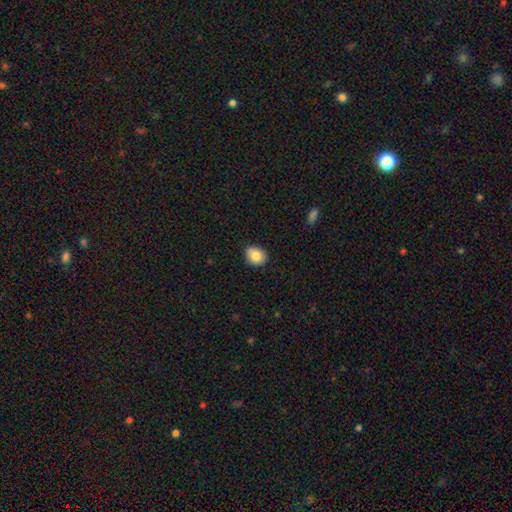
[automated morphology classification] This is clearly a smooth galaxy (83%). How rounded: likely round (60%). Merging: clearly none (86%).